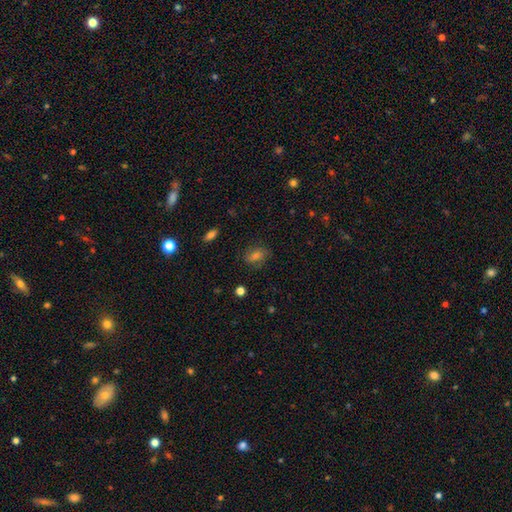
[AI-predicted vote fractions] Smooth or featured: smooth — 46% (featured or disk — 28%)
Merging: none — 78% (minor disturbance — 14%)